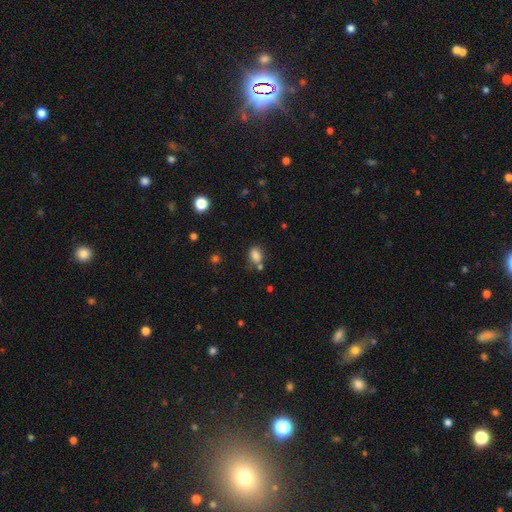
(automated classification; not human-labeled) Morphology: type=smooth (82%); roundness=in between (67%); merging=none (61%).